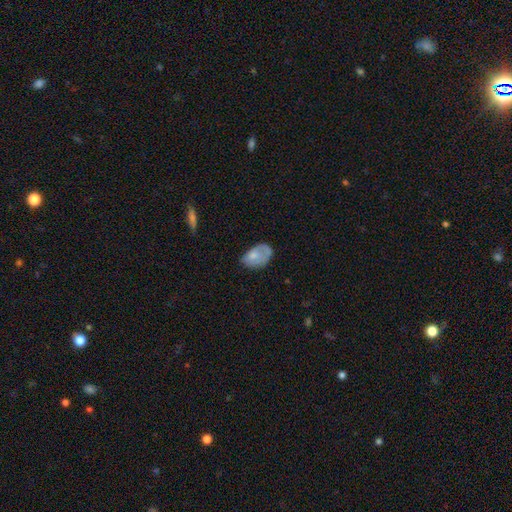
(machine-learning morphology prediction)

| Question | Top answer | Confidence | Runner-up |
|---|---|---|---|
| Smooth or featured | smooth | 68% | featured or disk (24%) |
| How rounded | in between | 88% | round (11%) |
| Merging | none | 43% | minor disturbance (34%) |